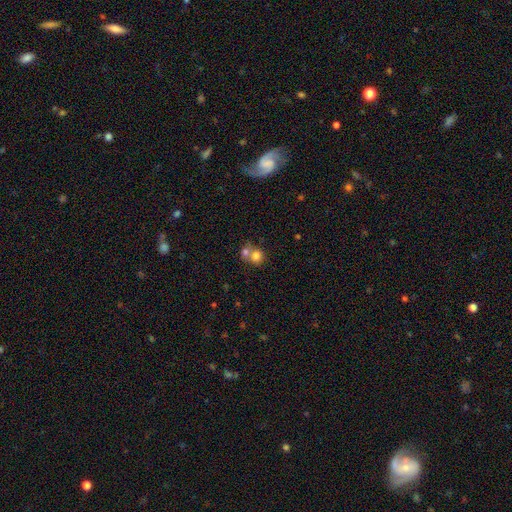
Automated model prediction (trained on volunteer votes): Smooth or featured? Predicted: smooth (p=0.77). How rounded? Predicted: round (p=0.73). Merging? Predicted: merger (p=0.58).